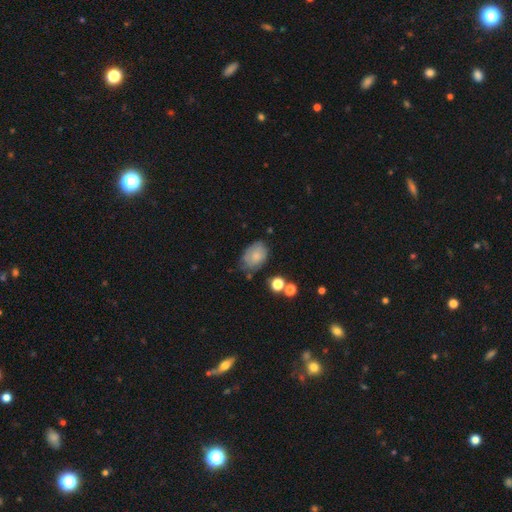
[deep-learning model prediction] A smooth galaxy with no disk features (72%) that is in between round and cigar-shaped (80%). Merging: none (59%).